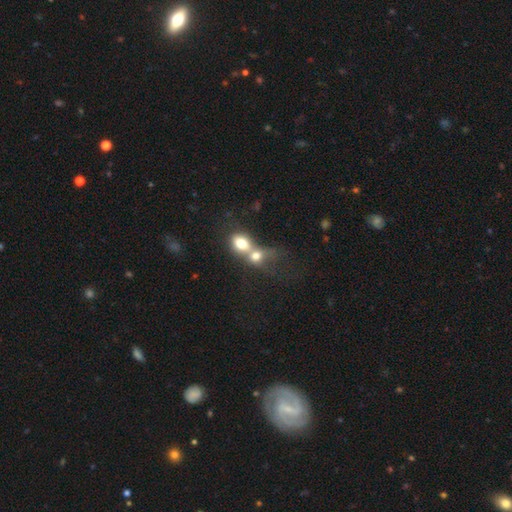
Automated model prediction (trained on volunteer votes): Smooth or featured?
  - smooth: 72% *
  - featured or disk: 18%
  - star or artifact: 10%
How rounded?
  - in between: 52% *
  - round: 46%
  - cigar-shaped: 2%
Merging?
  - merger: 77% *
  - none: 13%
  - major disturbance: 5%
  - minor disturbance: 5%